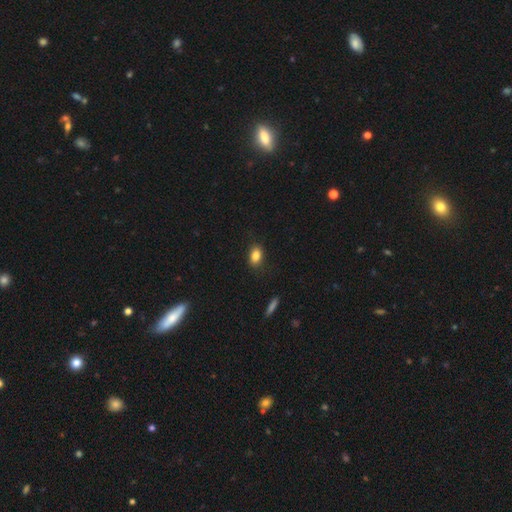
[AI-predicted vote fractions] Smooth or featured: smooth — 85% (star or artifact — 9%)
How rounded: in between — 81% (round — 16%)
Merging: none — 85% (minor disturbance — 12%)